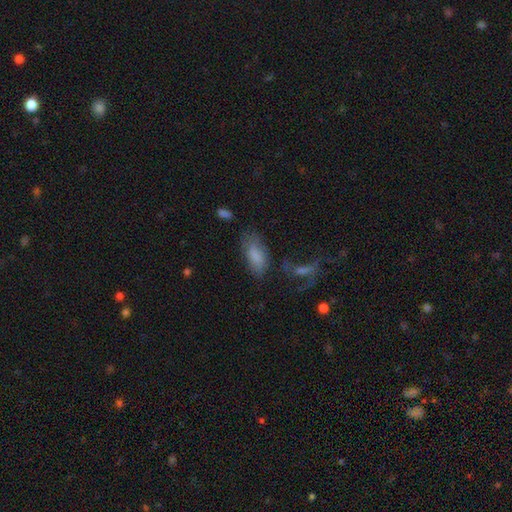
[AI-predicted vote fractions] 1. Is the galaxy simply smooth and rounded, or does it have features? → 77% smooth, 14% featured or disk, 9% star or artifact.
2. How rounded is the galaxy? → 86% in between, 11% cigar-shaped, 3% round.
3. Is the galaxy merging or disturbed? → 57% none, 25% minor disturbance, 11% major disturbance, 7% merger.